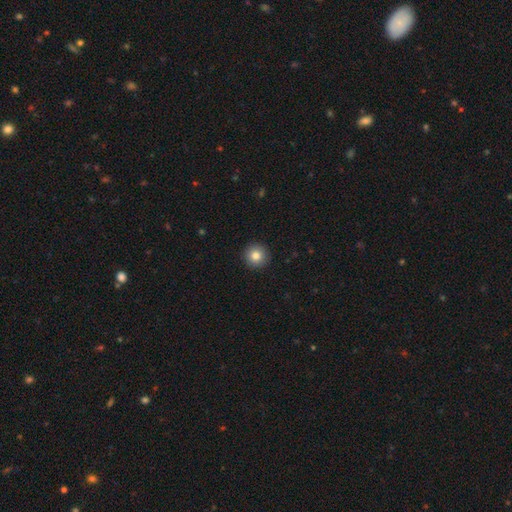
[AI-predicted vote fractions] Smooth or featured: smooth — 82% (star or artifact — 10%)
How rounded: round — 95% (in between — 4%)
Merging: none — 93% (minor disturbance — 4%)